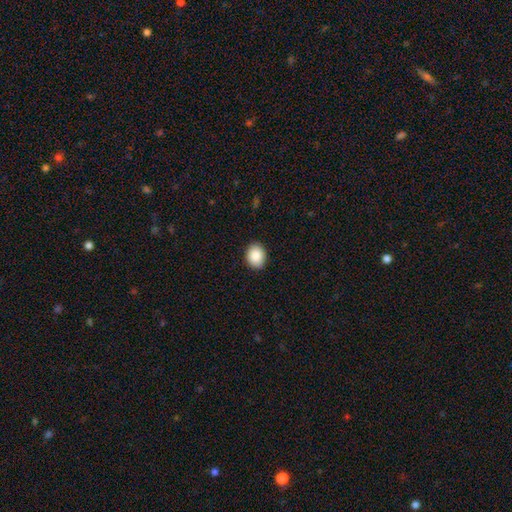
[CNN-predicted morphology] smooth_or_featured: smooth (p=0.88) [alt: star or artifact p=0.07]
how_rounded: in between (p=0.60) [alt: round p=0.40]
merging: none (p=0.90) [alt: minor disturbance p=0.07]